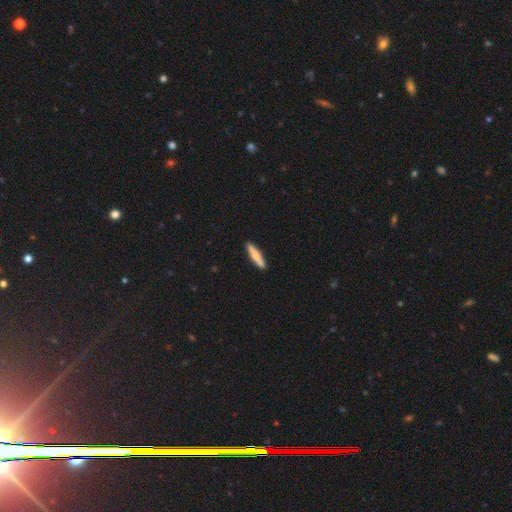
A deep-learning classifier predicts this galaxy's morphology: Overall: smooth (71%). How rounded: cigar-shaped (89%). Merging: none (89%).